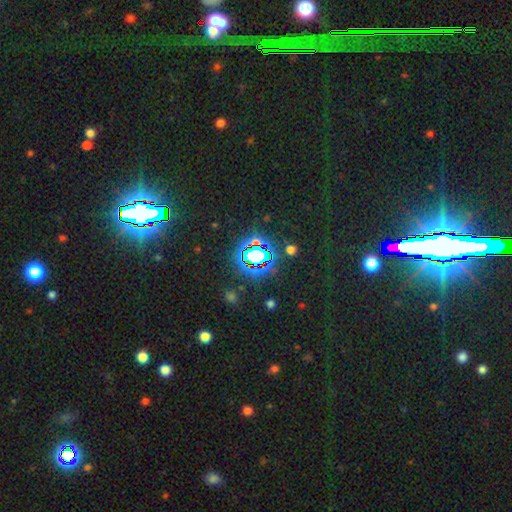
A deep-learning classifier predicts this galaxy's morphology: Overall: star or artifact (72%).